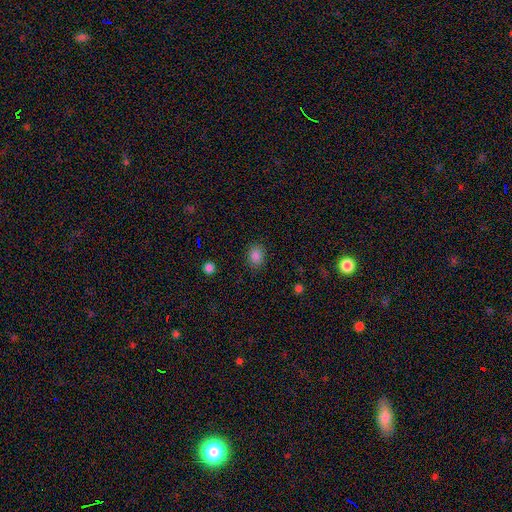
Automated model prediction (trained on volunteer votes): Morphology: type=smooth (85%); roundness=in between (55%); merging=none (87%).